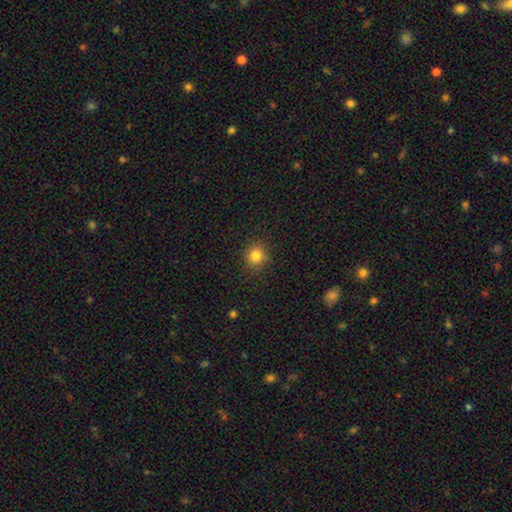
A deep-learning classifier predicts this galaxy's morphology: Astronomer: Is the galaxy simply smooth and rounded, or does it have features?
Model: smooth — 83%.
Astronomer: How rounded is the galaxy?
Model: round — 82%.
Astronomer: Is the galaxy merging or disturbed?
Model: none — 89%.